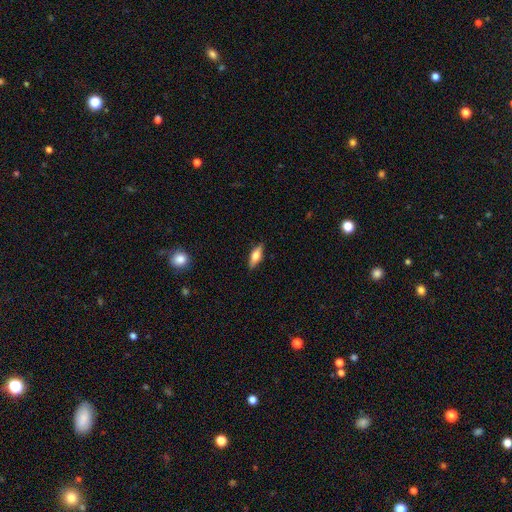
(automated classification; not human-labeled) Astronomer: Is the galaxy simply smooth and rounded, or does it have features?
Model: smooth — 55% (runner-up: featured or disk, 39%).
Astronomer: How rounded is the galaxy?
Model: in between — 59% (runner-up: cigar-shaped, 38%).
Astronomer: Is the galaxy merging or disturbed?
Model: none — 87%.